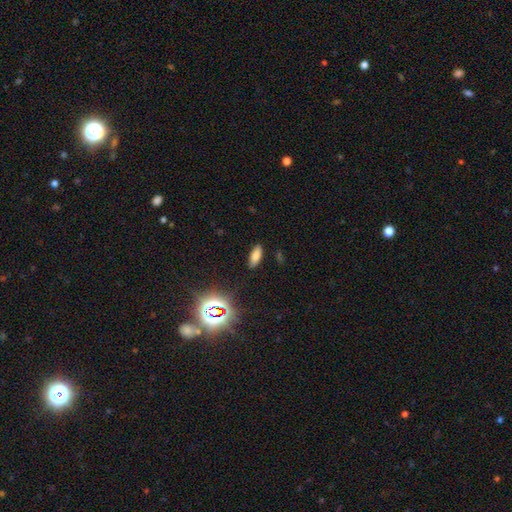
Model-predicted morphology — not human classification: A smooth galaxy with no disk features (74%) that is in between round and cigar-shaped (76%). Merging: none (87%).